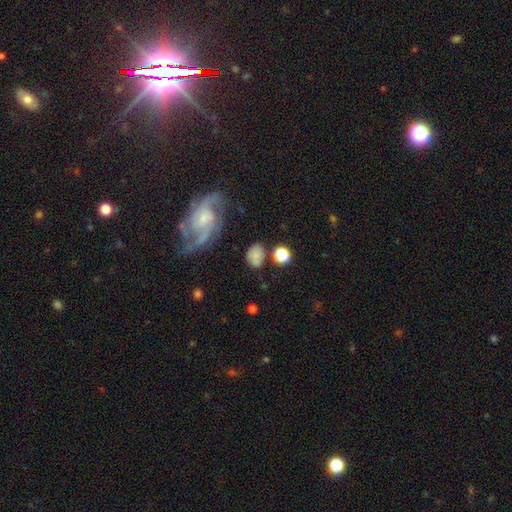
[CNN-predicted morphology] Q: Smooth or featured?
A: smooth (61%); runner-up: featured or disk (26%)
Q: How rounded?
A: round (51%); runner-up: in between (48%)
Q: Merging?
A: none (65%); runner-up: minor disturbance (18%)